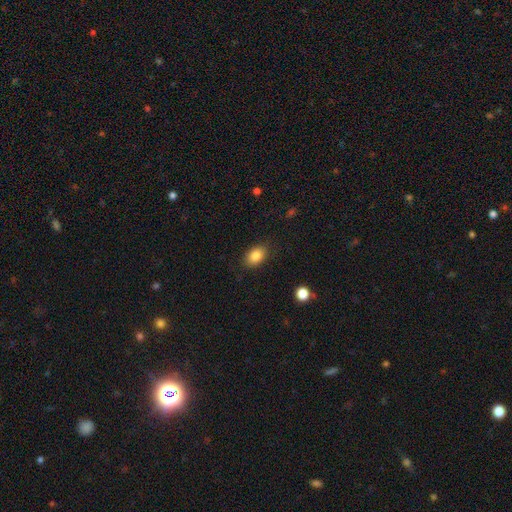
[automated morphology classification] This is clearly a smooth galaxy (85%). How rounded: clearly in between (82%). Merging: clearly none (85%).